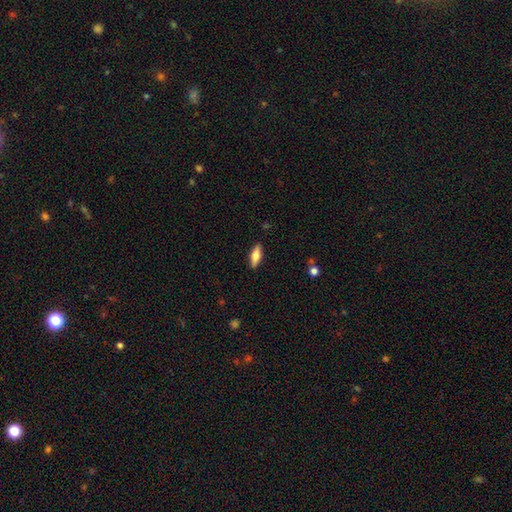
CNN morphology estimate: Overall: smooth (63%; featured or disk 31%). How rounded: in between (61%; cigar-shaped 36%). Merging: none (89%).